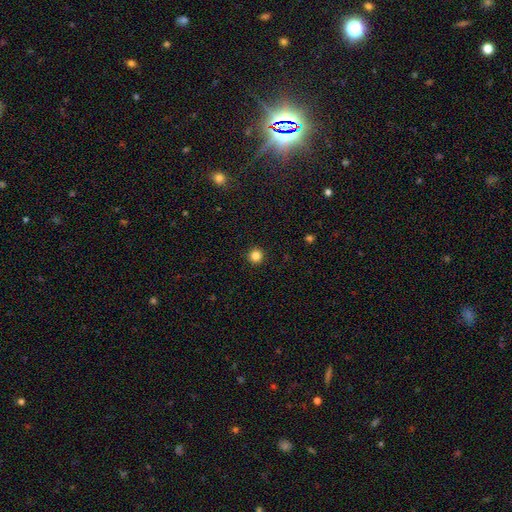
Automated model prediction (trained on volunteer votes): A smooth galaxy with no disk features (85%) that is round (96%). Merging: none (93%).